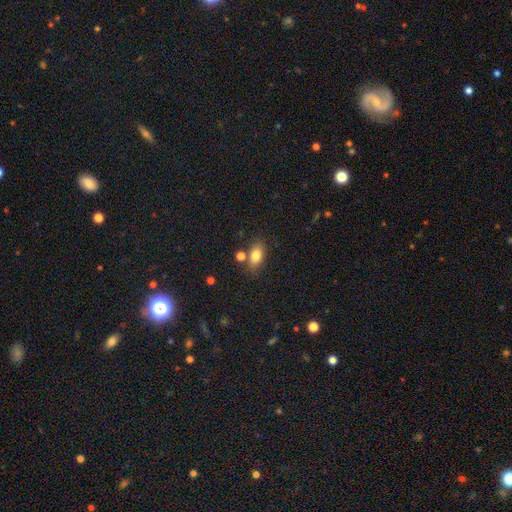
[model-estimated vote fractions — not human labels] smooth 80%, featured or disk 11%, star or artifact 9%. Down the decision tree: how rounded — in between (83%); merging — none (72%).